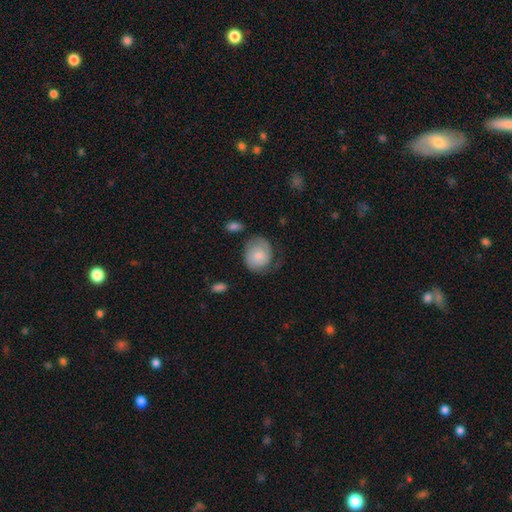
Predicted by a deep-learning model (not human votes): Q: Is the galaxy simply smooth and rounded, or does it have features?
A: smooth — 65%.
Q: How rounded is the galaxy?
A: round — 67%.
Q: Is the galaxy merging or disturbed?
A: none — 54%.